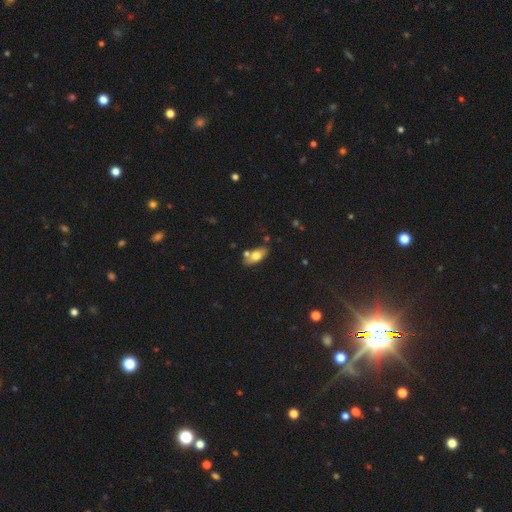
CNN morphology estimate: Smooth or featured?
  - smooth: 68% *
  - featured or disk: 24%
  - star or artifact: 8%
How rounded?
  - in between: 86% *
  - cigar-shaped: 9%
  - round: 5%
Merging?
  - none: 65% *
  - minor disturbance: 16%
  - merger: 15%
  - major disturbance: 4%